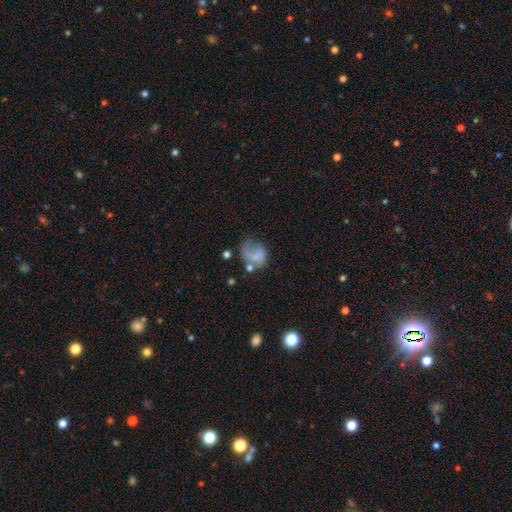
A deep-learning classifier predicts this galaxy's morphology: The model was most divided on "how rounded": in between: 50%, round: 49%, cigar-shaped: 1%. Remaining: smooth or featured — smooth (55%); merging — major disturbance (38%).